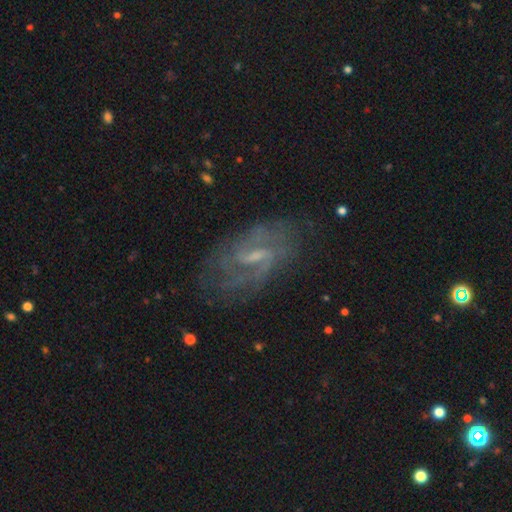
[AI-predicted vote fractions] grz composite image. It shows a featured or disk galaxy (77%) with a weak bar (56%), 2 (53%) medium (42%) spiral arms (88%) and a small central bulge (52%). Merging: none (71%).